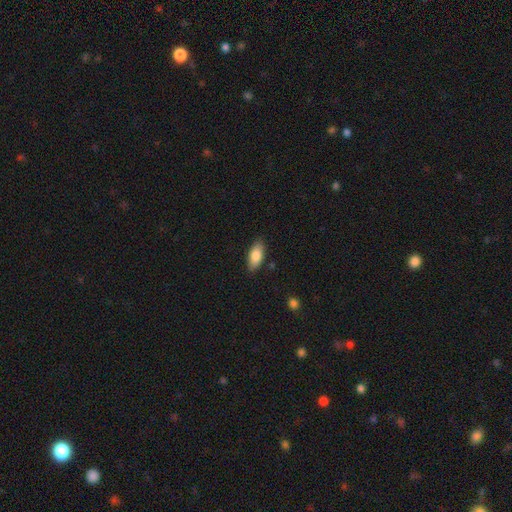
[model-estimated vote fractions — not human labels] smooth_or_featured: smooth (p=0.83) [alt: featured or disk p=0.11]
how_rounded: in between (p=0.87) [alt: cigar-shaped p=0.11]
merging: none (p=0.86) [alt: minor disturbance p=0.10]